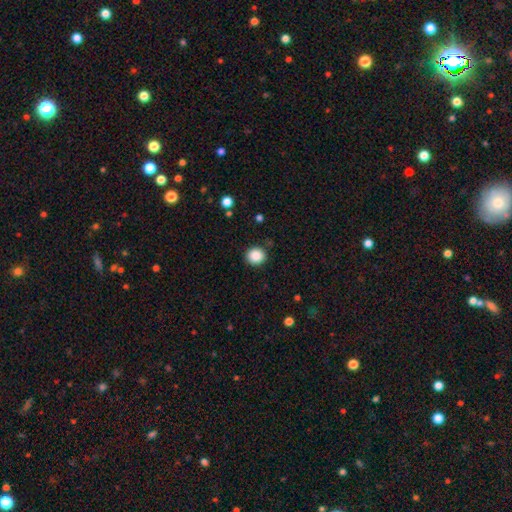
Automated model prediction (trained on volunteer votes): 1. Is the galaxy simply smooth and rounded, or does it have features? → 87% smooth, 9% star or artifact, 4% featured or disk.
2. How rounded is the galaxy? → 87% round, 12% in between, 1% cigar-shaped.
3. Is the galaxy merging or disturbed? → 89% none, 8% minor disturbance, 2% major disturbance, 1% merger.